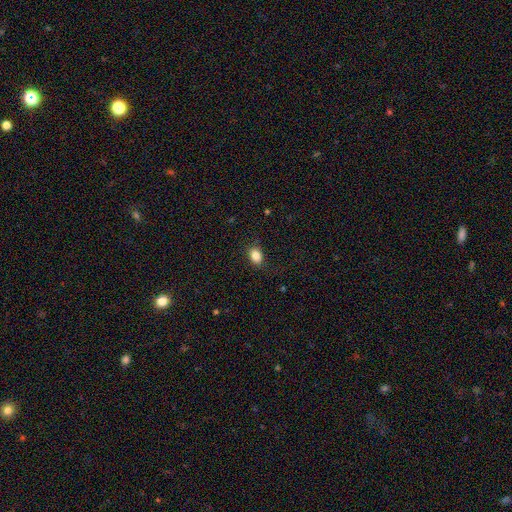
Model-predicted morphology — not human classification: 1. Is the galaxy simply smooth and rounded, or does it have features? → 85% smooth, 10% star or artifact, 5% featured or disk.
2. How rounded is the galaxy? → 71% in between, 28% round, 1% cigar-shaped.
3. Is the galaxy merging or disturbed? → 83% none, 12% minor disturbance, 4% major disturbance, 1% merger.